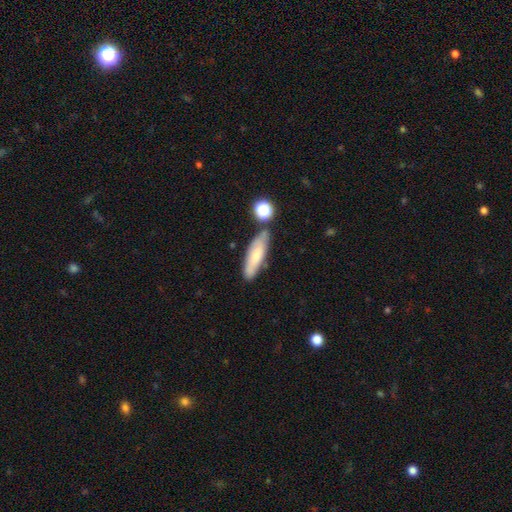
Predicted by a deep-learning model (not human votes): Overall: smooth (67%). How rounded: cigar-shaped (55%; in between 43%). Merging: none (66%).